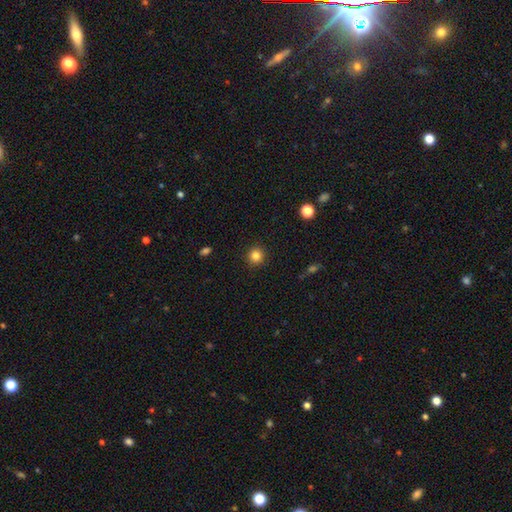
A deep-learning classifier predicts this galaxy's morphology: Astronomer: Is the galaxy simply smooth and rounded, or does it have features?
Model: smooth — 84%.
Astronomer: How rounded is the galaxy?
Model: round — 93%.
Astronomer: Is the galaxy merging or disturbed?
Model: none — 92%.